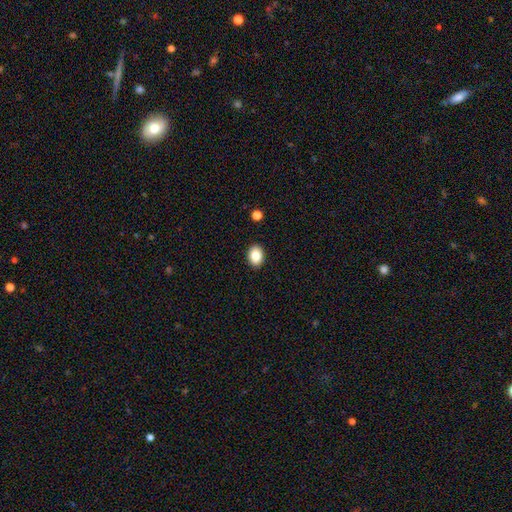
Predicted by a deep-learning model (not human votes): smooth 86%, star or artifact 9%, featured or disk 6%. Down the decision tree: how rounded — in between (72%); merging — none (90%).